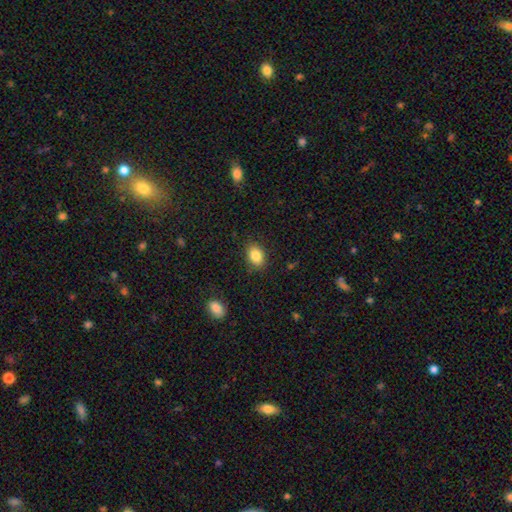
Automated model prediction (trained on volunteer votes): This appears to be a smooth galaxy with no disk features (85%) that is in between round and cigar-shaped (77%). Merging: none (85%).